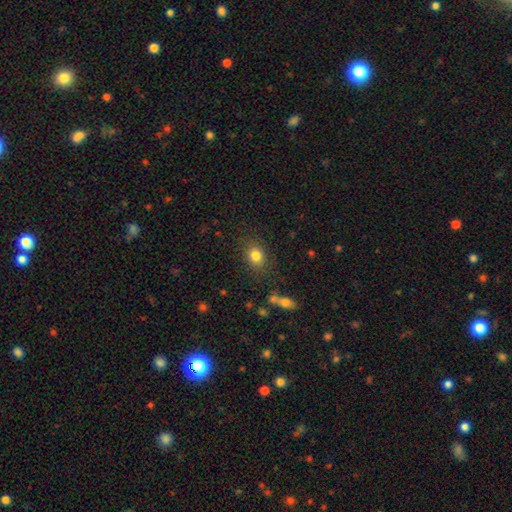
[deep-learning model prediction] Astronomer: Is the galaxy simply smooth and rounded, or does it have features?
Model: smooth — 81%.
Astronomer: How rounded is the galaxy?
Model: round — 50% (runner-up: in between, 49%).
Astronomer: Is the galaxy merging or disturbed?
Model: none — 82%.